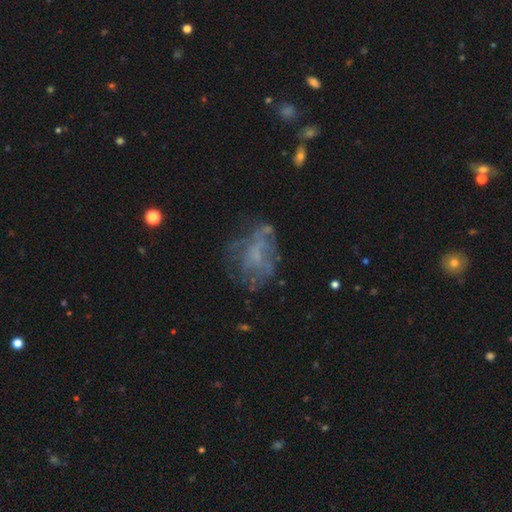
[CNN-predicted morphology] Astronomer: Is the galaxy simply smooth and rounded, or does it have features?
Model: featured or disk — 57%.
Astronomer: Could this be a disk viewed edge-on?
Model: no — 97%.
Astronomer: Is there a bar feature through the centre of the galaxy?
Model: no — 81%.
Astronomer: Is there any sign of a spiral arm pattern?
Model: no — 71%.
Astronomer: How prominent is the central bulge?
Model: none — 54% (runner-up: small, 31%).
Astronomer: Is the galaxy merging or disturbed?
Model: none — 49% (runner-up: major disturbance, 26%).